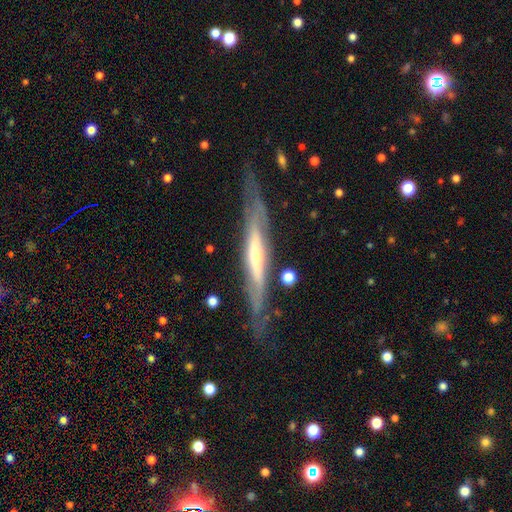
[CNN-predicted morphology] Smooth or featured?
  - featured or disk: 73% *
  - smooth: 22%
  - star or artifact: 5%
Edge-on disk?
  - yes: 78% *
  - no: 22%
Edge-on bulge?
  - rounded: 51% *
  - none: 40%
  - boxy: 9%
Merging?
  - none: 68% *
  - minor disturbance: 20%
  - major disturbance: 9%
  - merger: 3%